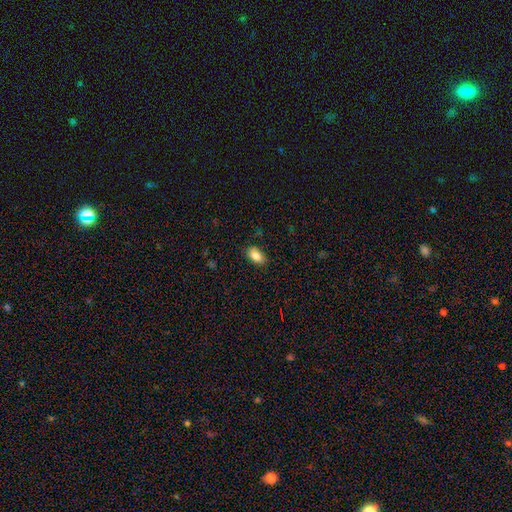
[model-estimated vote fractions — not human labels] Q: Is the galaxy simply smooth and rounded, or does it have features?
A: smooth — 85%.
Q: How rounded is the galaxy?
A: in between — 91%.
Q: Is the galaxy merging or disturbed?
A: none — 84%.